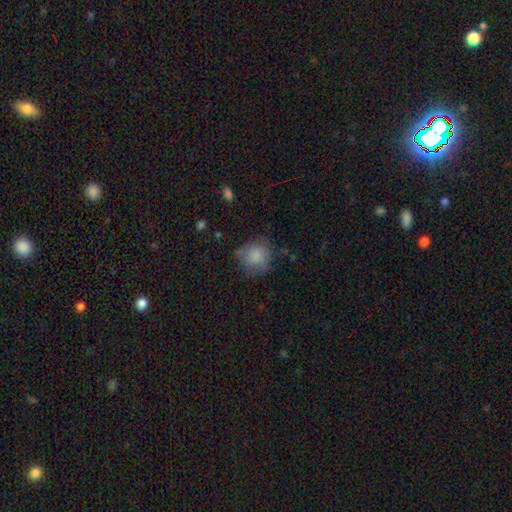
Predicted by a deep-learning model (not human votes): Smooth or featured? Predicted: smooth (p=0.78). How rounded? Predicted: round (p=0.84). Merging? Predicted: none (p=0.61).